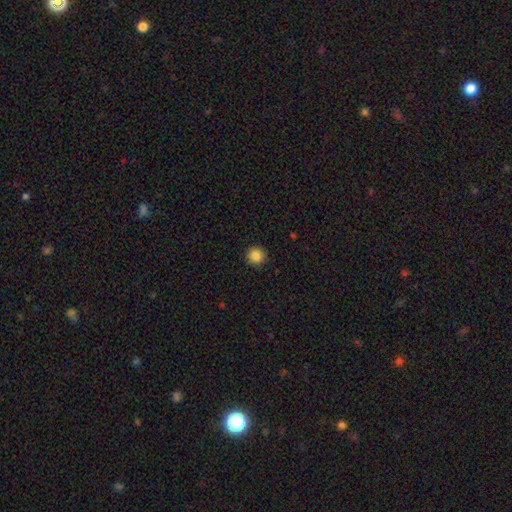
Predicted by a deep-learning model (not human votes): The model was most divided on "smooth or featured": smooth: 86%, star or artifact: 10%, featured or disk: 4%. More confident: how rounded — round (93%); merging — none (92%).